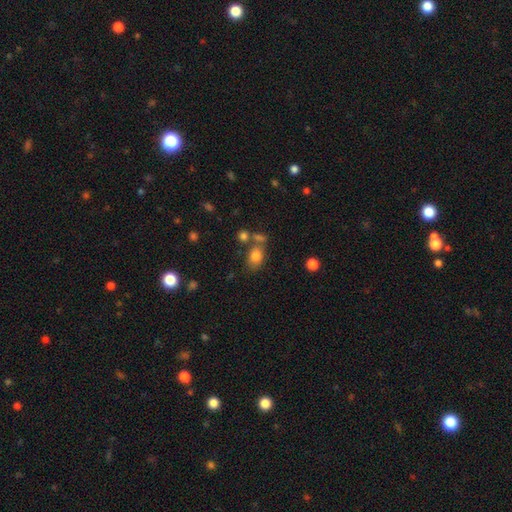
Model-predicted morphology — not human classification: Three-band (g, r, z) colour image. It shows a smooth galaxy with no disk features (80%) that is in between round and cigar-shaped (72%). Merging: none (54%).